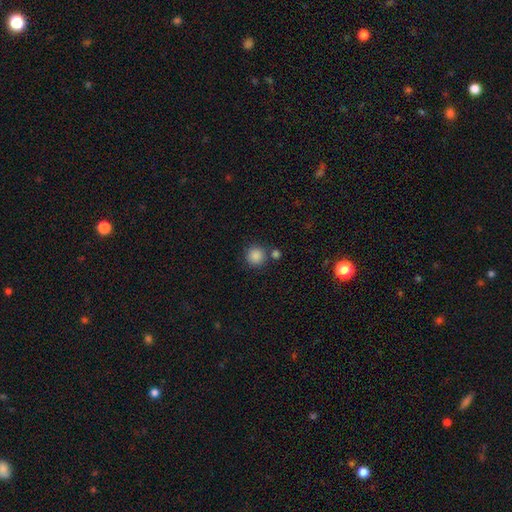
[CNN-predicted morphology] Smooth or featured?
  - smooth: 86% *
  - star or artifact: 10%
  - featured or disk: 4%
How rounded?
  - round: 94% *
  - in between: 5%
  - cigar-shaped: 1%
Merging?
  - none: 75% *
  - merger: 14%
  - minor disturbance: 9%
  - major disturbance: 3%